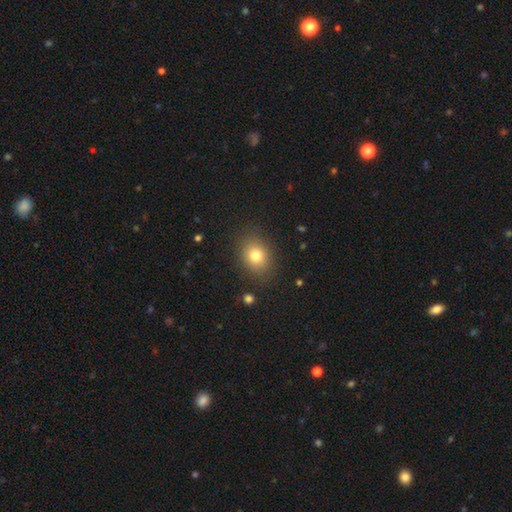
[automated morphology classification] Smooth or featured?
  - smooth: 80% *
  - star or artifact: 12%
  - featured or disk: 9%
How rounded?
  - round: 52% *
  - in between: 47%
  - cigar-shaped: 1%
Merging?
  - none: 86% *
  - minor disturbance: 10%
  - major disturbance: 3%
  - merger: 1%